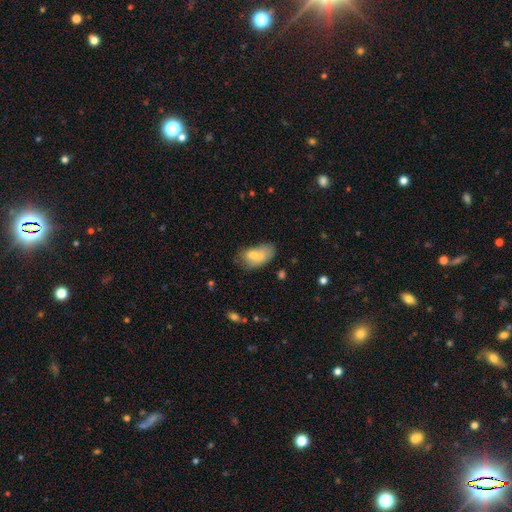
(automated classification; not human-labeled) smooth_or_featured: smooth (p=0.69) [alt: featured or disk p=0.23]
how_rounded: in between (p=0.89) [alt: round p=0.08]
merging: none (p=0.31) [tied with: merger p=0.31]